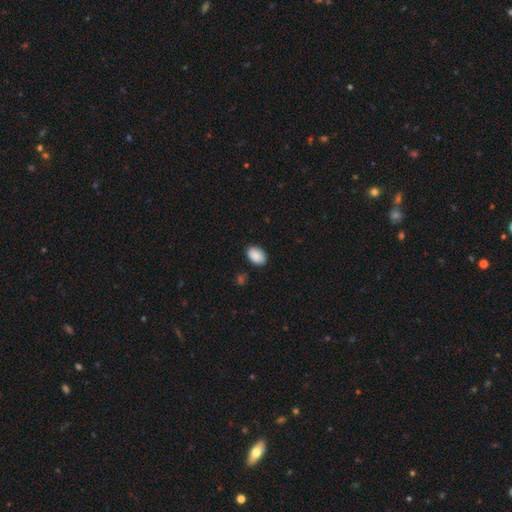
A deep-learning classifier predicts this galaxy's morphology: Smooth or featured? smooth (90%)
How rounded? in between (89%)
Merging? none (86%)